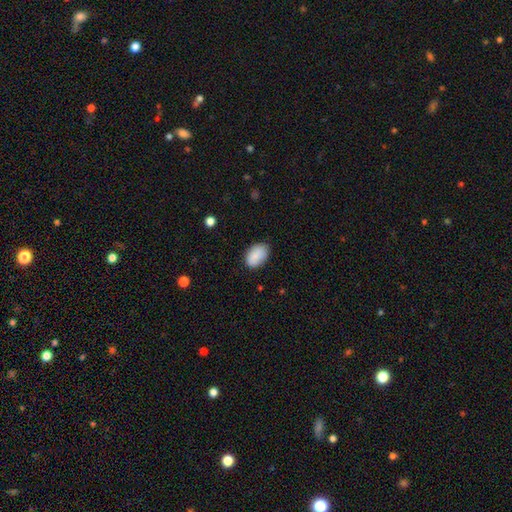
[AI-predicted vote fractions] A smooth galaxy with no disk features (88%) that is in between round and cigar-shaped (89%). Merging: none (78%).